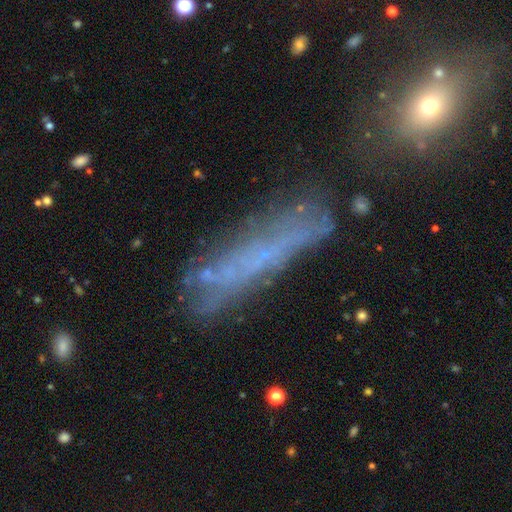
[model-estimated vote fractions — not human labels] The model was most divided on "smooth or featured": featured or disk: 48%, smooth: 37%, star or artifact: 15%. More confident: merging — none (58%).